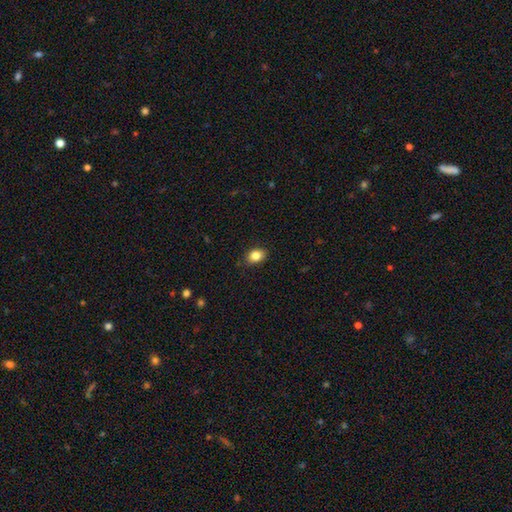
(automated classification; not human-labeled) Q: Smooth or featured?
A: smooth (85%); runner-up: star or artifact (9%)
Q: How rounded?
A: in between (70%); runner-up: round (29%)
Q: Merging?
A: none (86%); runner-up: minor disturbance (11%)